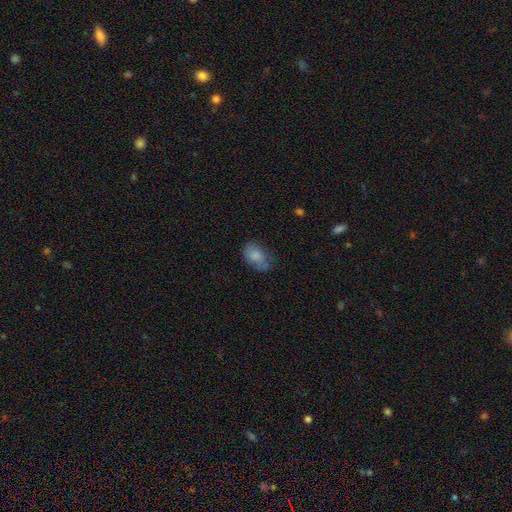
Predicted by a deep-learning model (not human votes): smooth_or_featured: smooth (p=0.79) [alt: featured or disk p=0.14]
how_rounded: in between (p=0.90) [alt: round p=0.09]
merging: none (p=0.64) [alt: minor disturbance p=0.26]